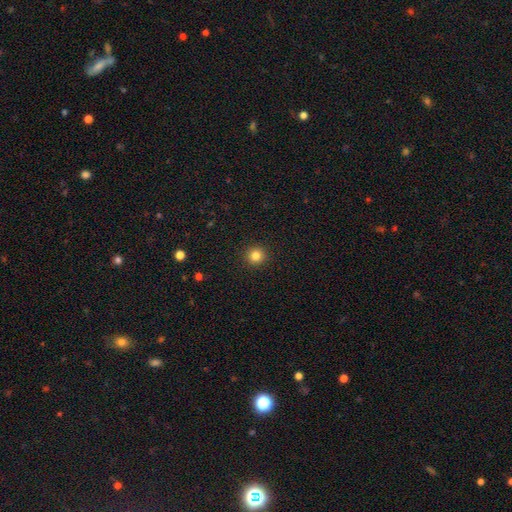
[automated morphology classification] Overall: smooth (83%). How rounded: round (94%). Merging: none (93%).